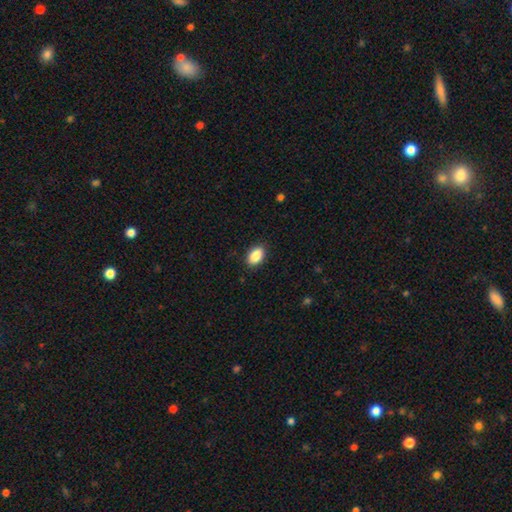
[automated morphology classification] This is clearly a smooth galaxy (88%). How rounded: clearly in between (91%). Merging: clearly none (88%).